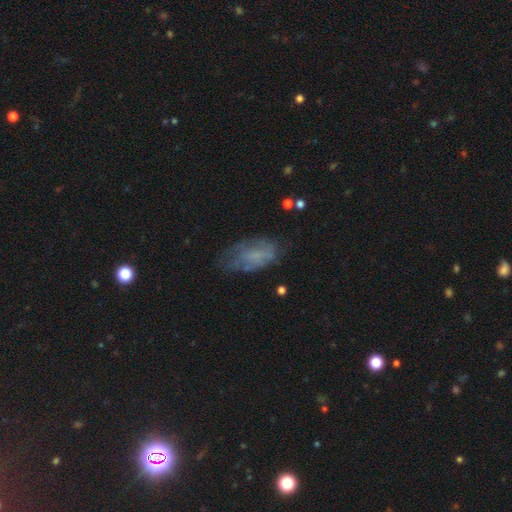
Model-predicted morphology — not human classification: Smooth or featured? smooth (51%)
How rounded? in between (90%)
Merging? none (52%)